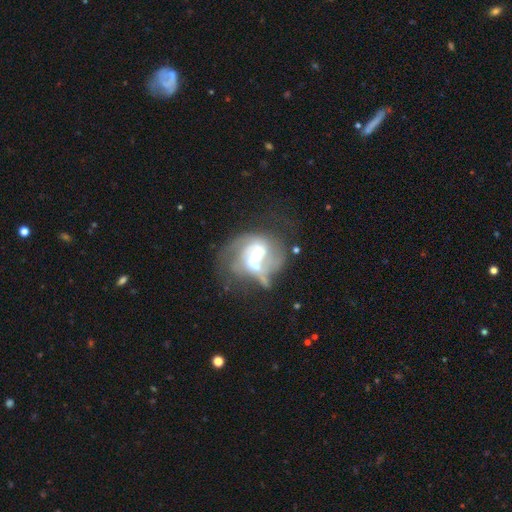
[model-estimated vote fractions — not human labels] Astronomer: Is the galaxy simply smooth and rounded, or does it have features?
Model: featured or disk — 84%.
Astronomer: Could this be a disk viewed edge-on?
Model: no — 98%.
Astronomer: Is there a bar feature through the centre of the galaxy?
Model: no — 49% (runner-up: weak, 38%).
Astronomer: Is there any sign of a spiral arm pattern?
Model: yes — 90%.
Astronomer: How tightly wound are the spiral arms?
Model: medium — 47% (runner-up: tight, 30%).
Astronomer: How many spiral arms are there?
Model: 2 — 70%.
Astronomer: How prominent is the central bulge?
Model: moderate — 57% (runner-up: small, 35%).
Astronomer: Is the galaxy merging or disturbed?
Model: none — 34% (runner-up: merger, 30%).